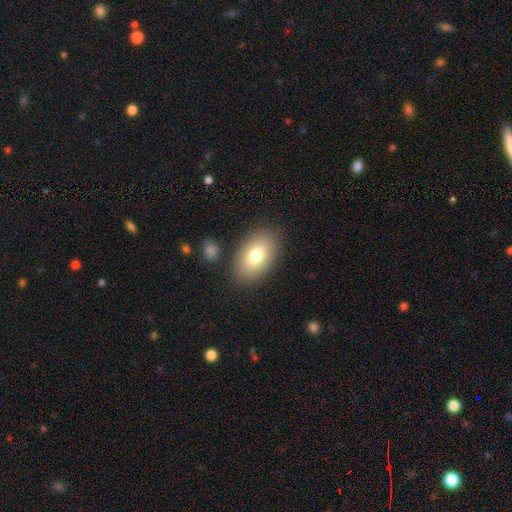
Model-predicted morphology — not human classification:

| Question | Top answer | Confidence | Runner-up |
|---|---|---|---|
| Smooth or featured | smooth | 78% | featured or disk (14%) |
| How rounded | in between | 91% | round (7%) |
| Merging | none | 84% | minor disturbance (10%) |